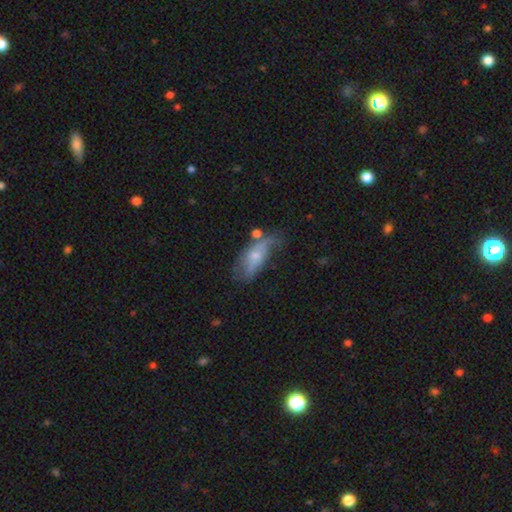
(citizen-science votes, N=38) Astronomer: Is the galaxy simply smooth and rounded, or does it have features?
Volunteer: smooth — 55% (runner-up: featured or disk, 42%).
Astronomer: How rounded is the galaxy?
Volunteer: in between — 67%.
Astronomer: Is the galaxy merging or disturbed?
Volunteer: minor disturbance — 43% (runner-up: major disturbance, 27%).